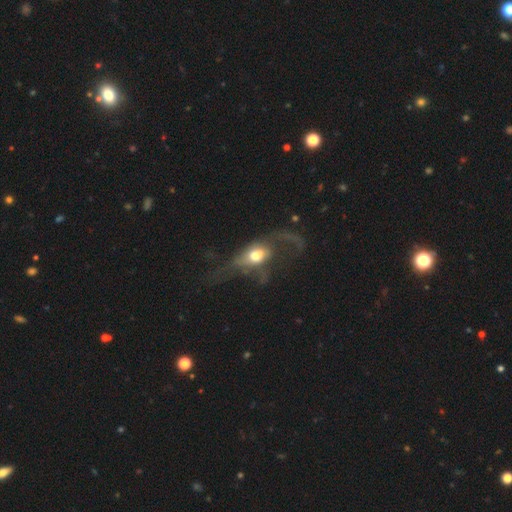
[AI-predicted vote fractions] Q: Smooth or featured?
A: featured or disk (49%); runner-up: smooth (43%)
Q: Merging?
A: major disturbance (64%); runner-up: none (20%)